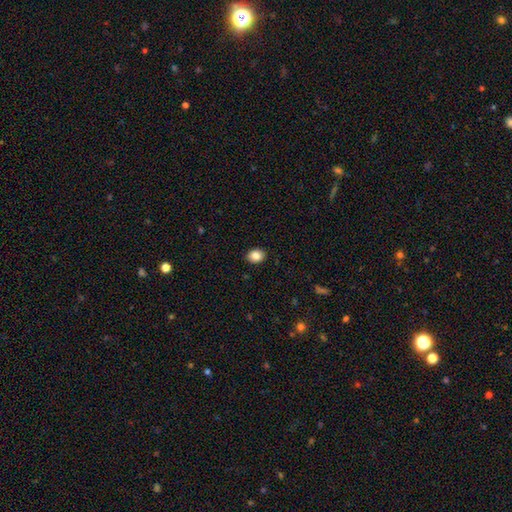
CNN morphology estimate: This appears to be a smooth galaxy with no disk features (85%) that is in between round and cigar-shaped (59%). Merging: none (90%).